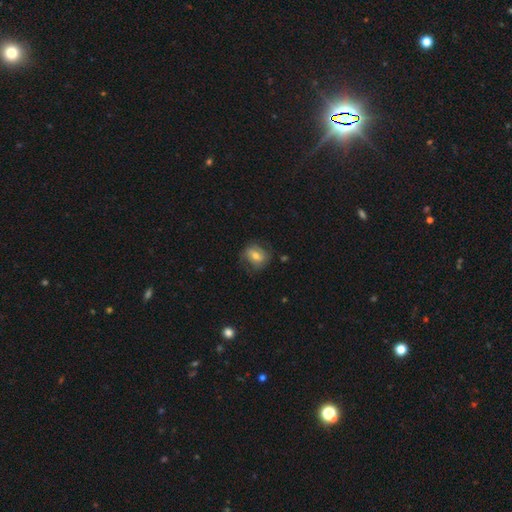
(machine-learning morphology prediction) type=smooth (59%); roundness=round (52%); merging=none (65%).